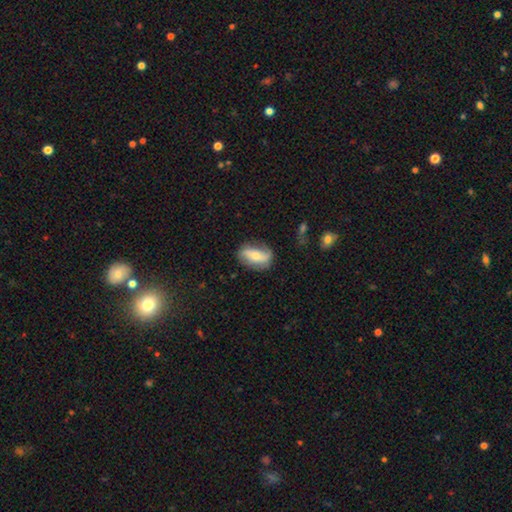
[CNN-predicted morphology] smooth_or_featured: featured or disk (p=0.53) [alt: smooth p=0.40]
disk_edge_on: no (p=0.87) [alt: yes p=0.13]
merging: none (p=0.73) [alt: minor disturbance p=0.19]